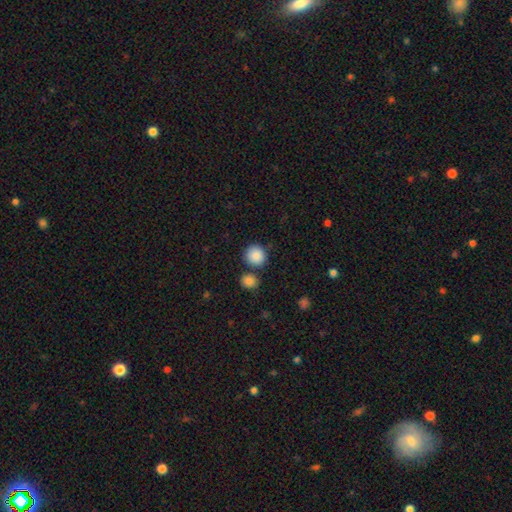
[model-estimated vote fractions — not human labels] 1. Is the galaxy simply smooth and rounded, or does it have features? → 88% smooth, 8% star or artifact, 4% featured or disk.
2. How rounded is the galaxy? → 91% round, 8% in between, 1% cigar-shaped.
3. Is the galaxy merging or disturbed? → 77% none, 12% merger, 9% minor disturbance, 3% major disturbance.